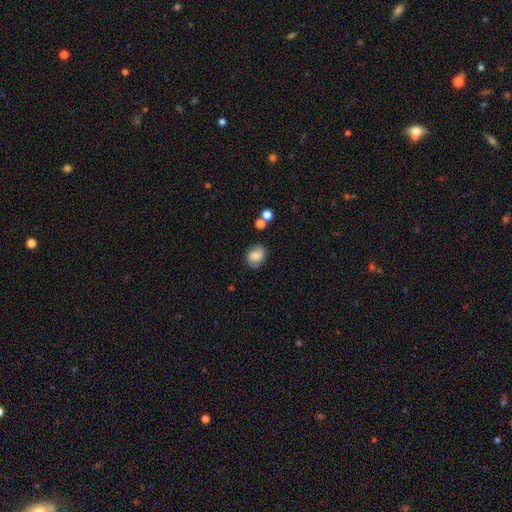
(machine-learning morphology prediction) type=smooth (80%); roundness=round (50%); merging=none (77%).